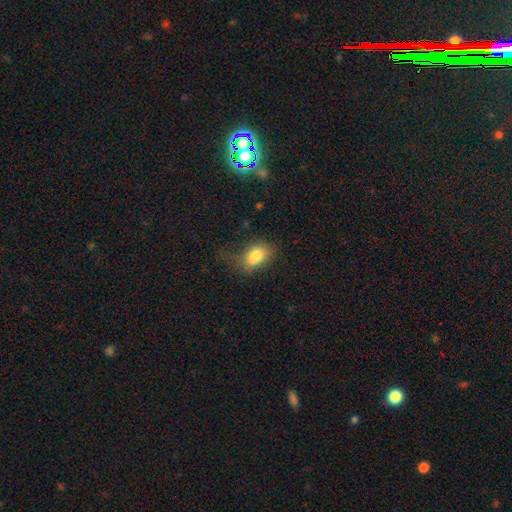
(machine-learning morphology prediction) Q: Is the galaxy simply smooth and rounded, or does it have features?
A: smooth — 81%.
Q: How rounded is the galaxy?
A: in between — 85%.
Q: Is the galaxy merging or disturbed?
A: none — 49%.